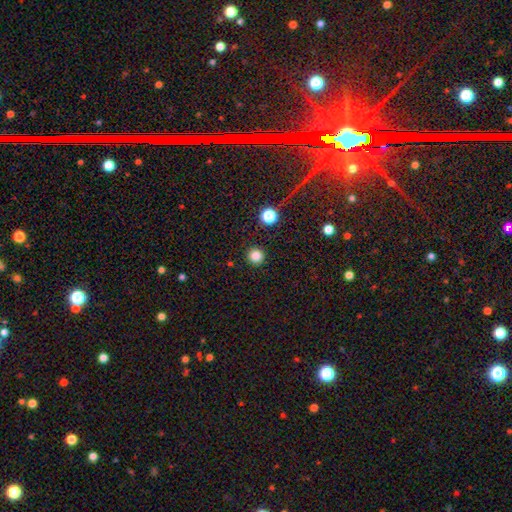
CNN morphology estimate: smooth_or_featured: smooth (p=0.83) [alt: star or artifact p=0.13]
how_rounded: round (p=0.96) [alt: in between p=0.04]
merging: none (p=0.92) [alt: minor disturbance p=0.05]